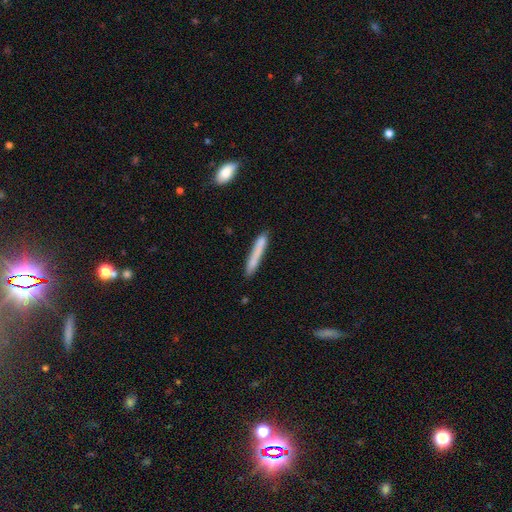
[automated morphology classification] smooth 75%, featured or disk 18%, star or artifact 6%. Down the decision tree: how rounded — cigar-shaped (95%); merging — none (78%).